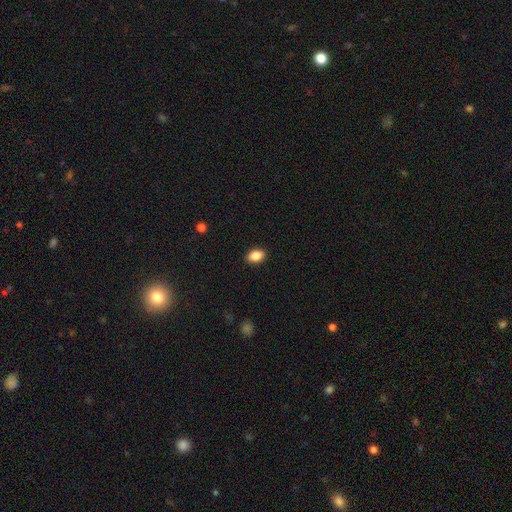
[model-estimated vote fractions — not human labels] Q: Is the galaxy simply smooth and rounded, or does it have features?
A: smooth — 87%.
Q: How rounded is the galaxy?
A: in between — 86%.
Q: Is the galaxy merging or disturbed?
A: none — 90%.